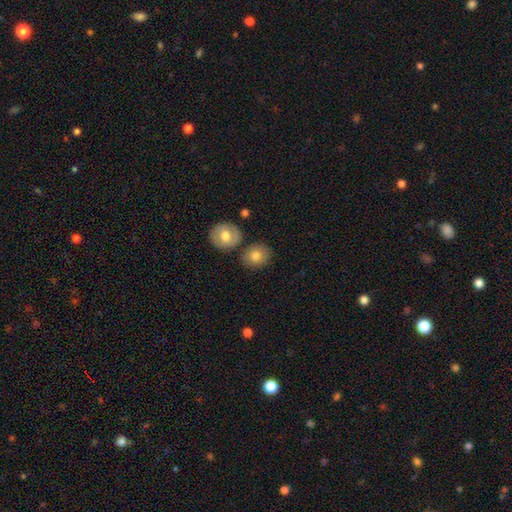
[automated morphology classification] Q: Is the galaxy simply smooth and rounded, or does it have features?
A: smooth — 78%.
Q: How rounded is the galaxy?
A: round — 65%.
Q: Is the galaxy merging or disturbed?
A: none — 73%.